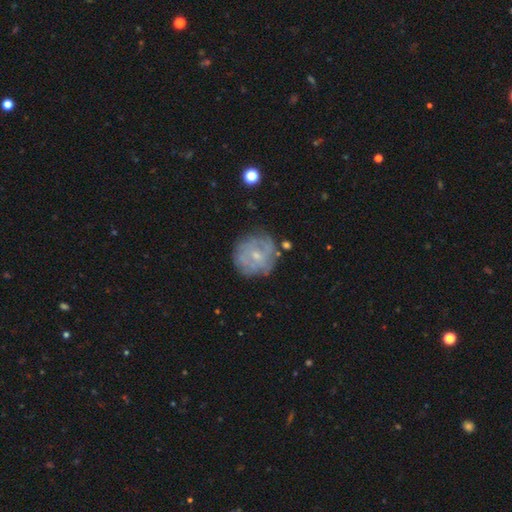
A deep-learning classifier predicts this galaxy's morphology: smooth_or_featured: featured or disk (p=0.60) [alt: smooth p=0.32]
disk_edge_on: no (p=0.97) [alt: yes p=0.03]
bar: no (p=0.70) [alt: weak p=0.26]
has_spiral_arms: yes (p=0.58) [alt: no p=0.42]
bulge_size: small (p=0.65) [alt: moderate p=0.29]
merging: none (p=0.70) [alt: minor disturbance p=0.19]